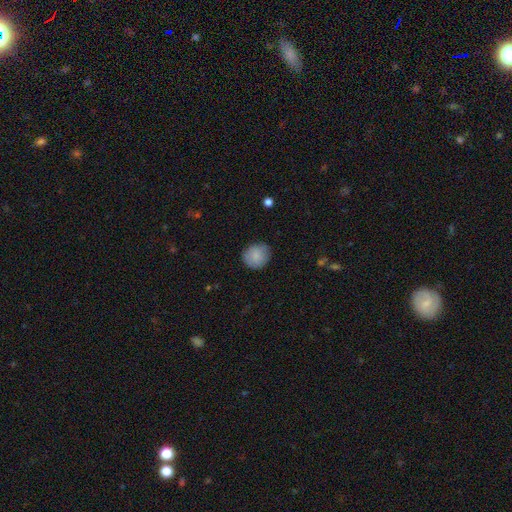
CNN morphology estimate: A smooth galaxy with no disk features (85%) that is round (85%).

Vote fractions:
- Smooth or featured? smooth: 85% / featured or disk: 8% / star or artifact: 7%
- How rounded? round: 85% / in between: 14% / cigar-shaped: 1%
- Merging? none: 80% / minor disturbance: 16% / major disturbance: 3% / merger: 1%